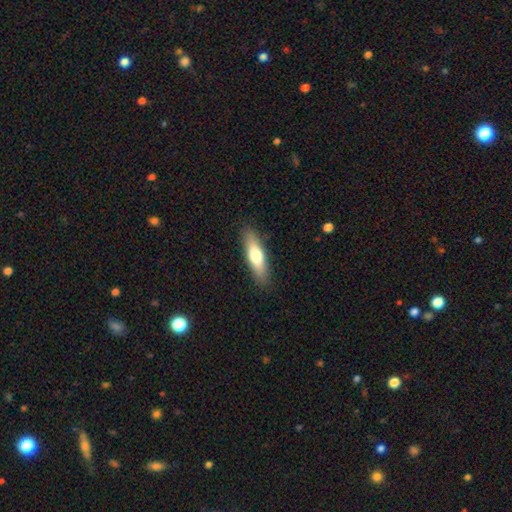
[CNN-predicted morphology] This is likely a smooth galaxy (67%). How rounded: likely cigar-shaped (60%). Merging: clearly none (87%).